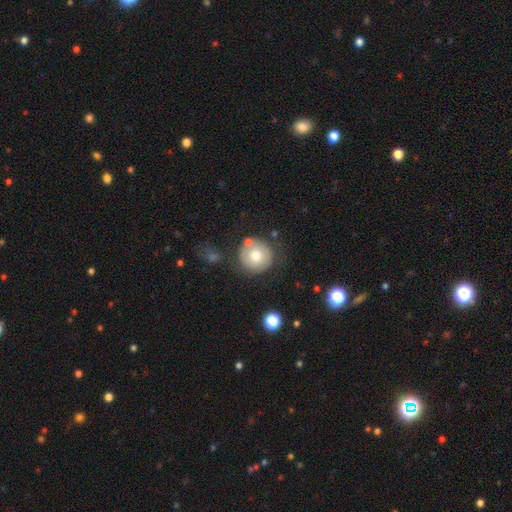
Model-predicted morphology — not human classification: Smooth or featured? smooth (69%)
How rounded? round (93%)
Merging? none (71%)